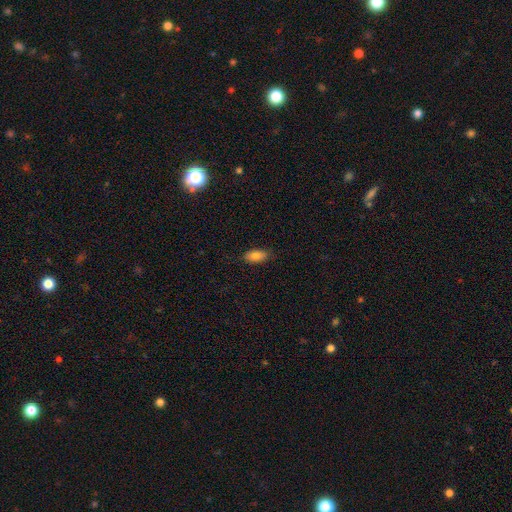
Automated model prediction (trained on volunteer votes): Smooth or featured? smooth (86%)
How rounded? in between (89%)
Merging? none (86%)